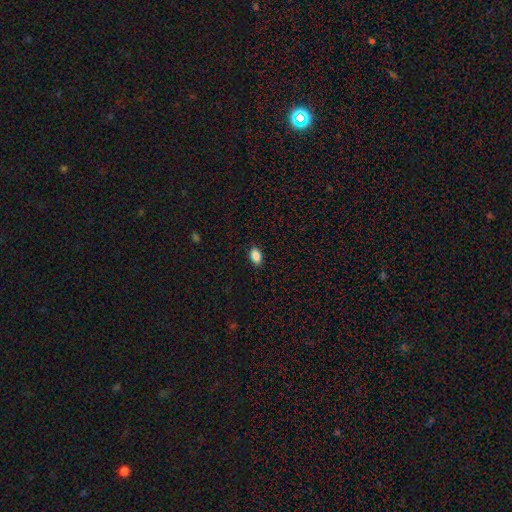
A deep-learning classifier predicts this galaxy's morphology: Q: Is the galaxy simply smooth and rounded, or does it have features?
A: smooth — 87%.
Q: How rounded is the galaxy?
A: in between — 87%.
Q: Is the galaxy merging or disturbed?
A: none — 88%.